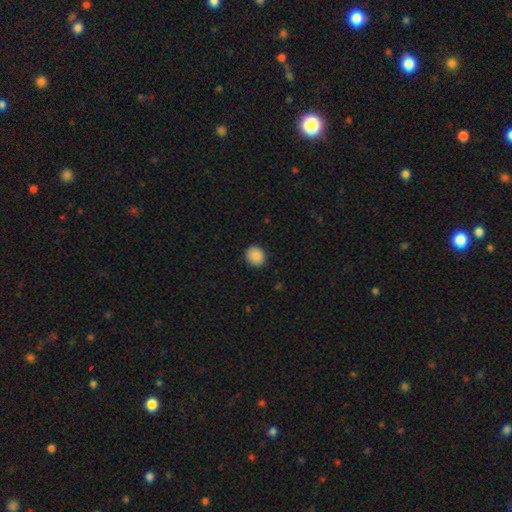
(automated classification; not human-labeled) Smooth or featured?
  - smooth: 89% *
  - star or artifact: 8%
  - featured or disk: 3%
How rounded?
  - round: 81% *
  - in between: 18%
  - cigar-shaped: 1%
Merging?
  - none: 90% *
  - minor disturbance: 7%
  - major disturbance: 2%
  - merger: 1%